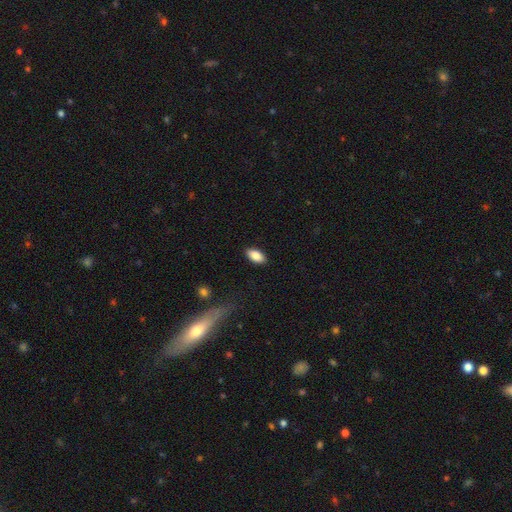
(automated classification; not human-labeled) Q: Smooth or featured?
A: smooth (87%); runner-up: star or artifact (7%)
Q: How rounded?
A: in between (91%); runner-up: cigar-shaped (6%)
Q: Merging?
A: none (88%); runner-up: minor disturbance (9%)